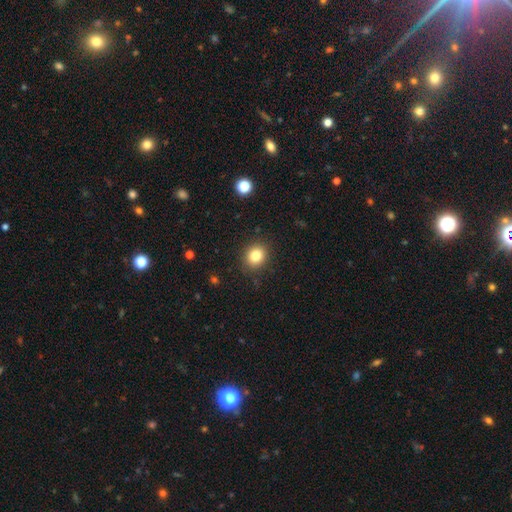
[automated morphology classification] type=smooth (82%); roundness=round (72%); merging=none (88%).